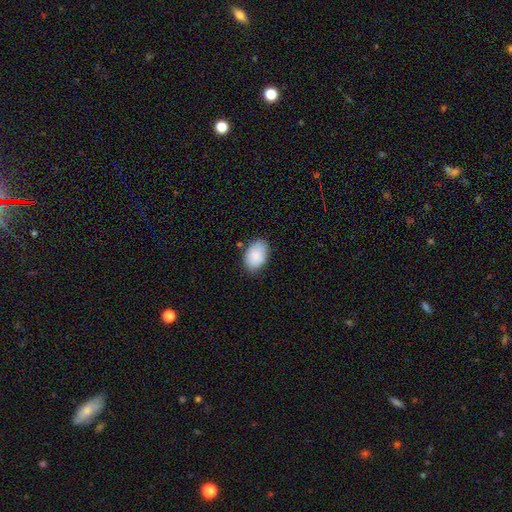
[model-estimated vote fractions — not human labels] The model was most divided on "merging": none: 79%, minor disturbance: 16%, major disturbance: 3%, merger: 2%. More confident: smooth or featured — smooth (89%); how rounded — in between (88%).